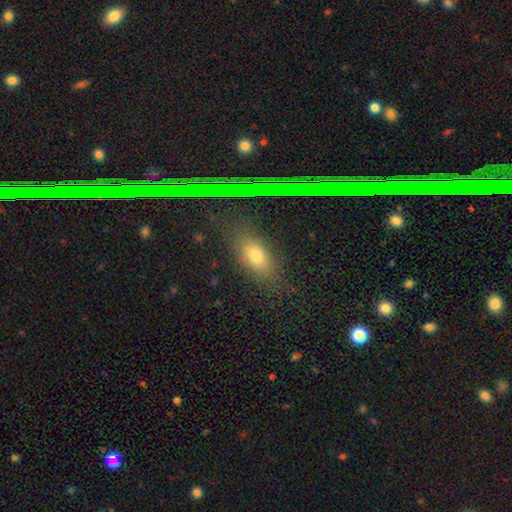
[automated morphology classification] A smooth galaxy with no disk features (70%) that is in between round and cigar-shaped (80%). Merging: none (82%).